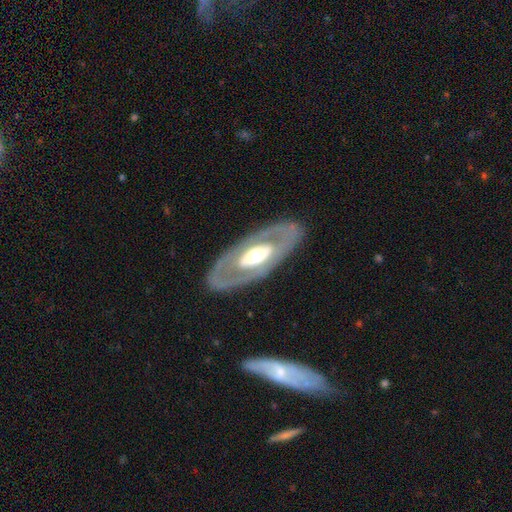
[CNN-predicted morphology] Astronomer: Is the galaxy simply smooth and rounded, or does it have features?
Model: featured or disk — 70%.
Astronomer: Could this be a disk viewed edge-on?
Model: no — 85%.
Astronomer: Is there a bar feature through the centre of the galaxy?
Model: no — 67%.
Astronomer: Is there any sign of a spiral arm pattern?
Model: no — 78%.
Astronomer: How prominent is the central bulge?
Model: moderate — 63%.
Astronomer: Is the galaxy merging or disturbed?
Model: none — 84%.